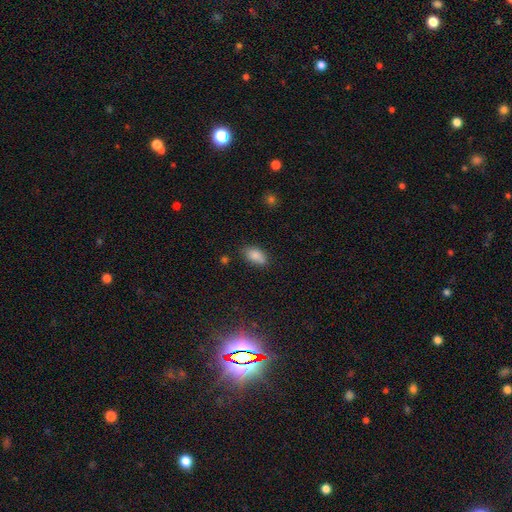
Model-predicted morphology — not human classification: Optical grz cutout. It shows a smooth galaxy with no disk features (84%) that is in between round and cigar-shaped (90%). Merging: none (70%).